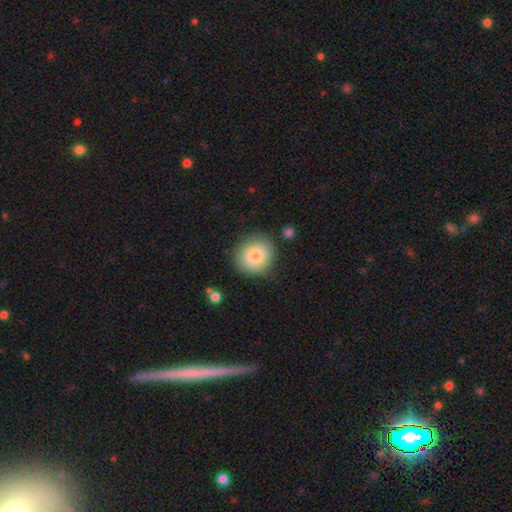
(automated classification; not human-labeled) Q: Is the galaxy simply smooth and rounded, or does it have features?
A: smooth — 84%.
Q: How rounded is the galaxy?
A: round — 83%.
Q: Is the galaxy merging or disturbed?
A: none — 80%.